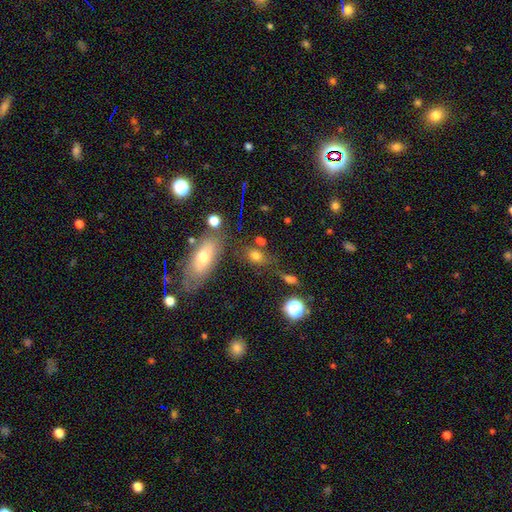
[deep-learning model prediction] Smooth or featured? Predicted: smooth (p=0.72). How rounded? Predicted: in between (p=0.72). Merging? Predicted: none (p=0.59).